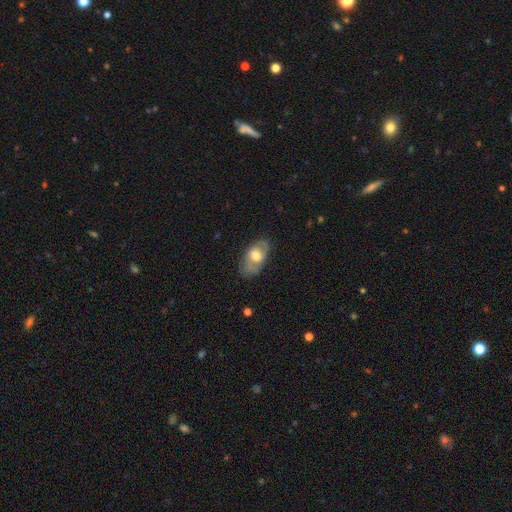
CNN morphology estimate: A featured or disk galaxy (50%). Merging: none (71%).